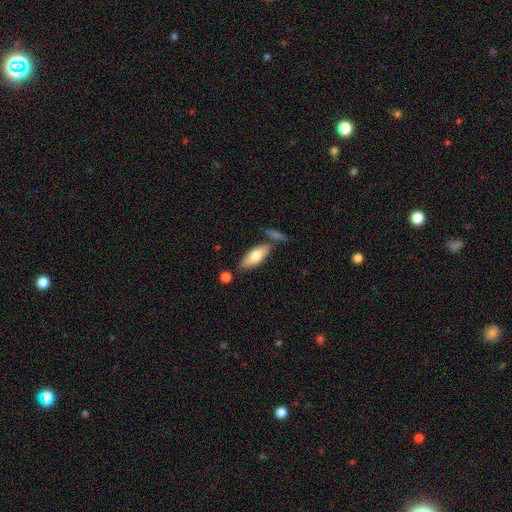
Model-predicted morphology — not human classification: smooth-or-featured: smooth: 74% | featured or disk: 20% | star or artifact: 6%
  how-rounded: in between: 74% | cigar-shaped: 24% | round: 2%
  merging: none: 70% | minor disturbance: 14% | merger: 12% | major disturbance: 4%